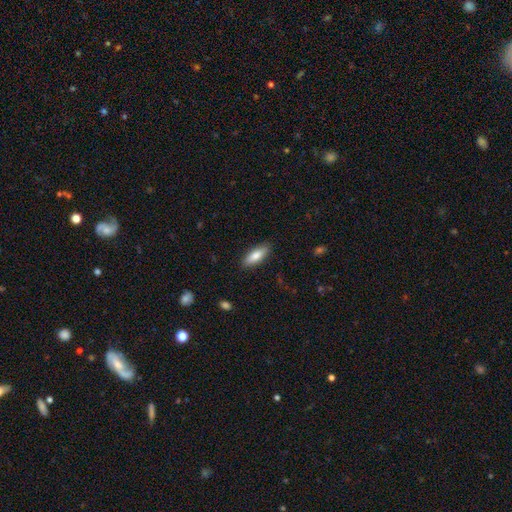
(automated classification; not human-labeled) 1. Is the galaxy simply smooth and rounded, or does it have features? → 80% smooth, 14% featured or disk, 6% star or artifact.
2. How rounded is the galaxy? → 62% in between, 37% cigar-shaped, 2% round.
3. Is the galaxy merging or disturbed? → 87% none, 9% minor disturbance, 2% major disturbance, 1% merger.